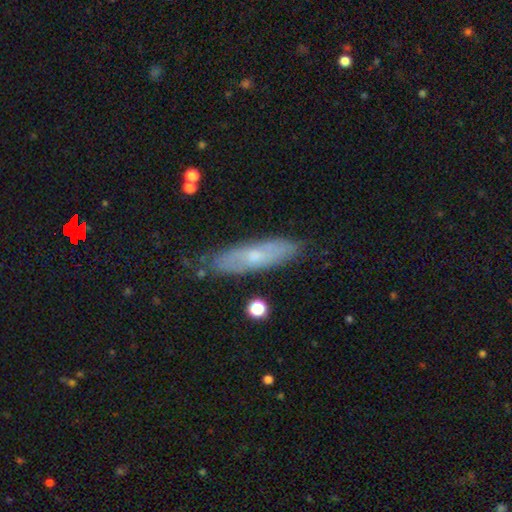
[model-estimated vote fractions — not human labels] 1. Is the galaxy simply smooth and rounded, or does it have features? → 48% smooth, 44% featured or disk, 7% star or artifact.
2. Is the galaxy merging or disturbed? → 80% none, 15% minor disturbance, 3% major disturbance, 2% merger.